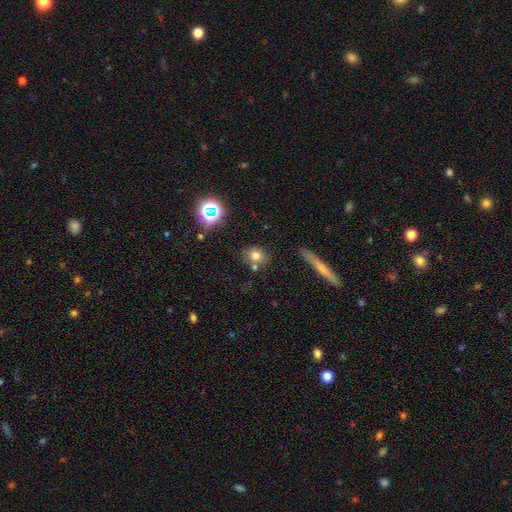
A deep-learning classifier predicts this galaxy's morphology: type=smooth (73%); roundness=round (65%); merging=none (67%).